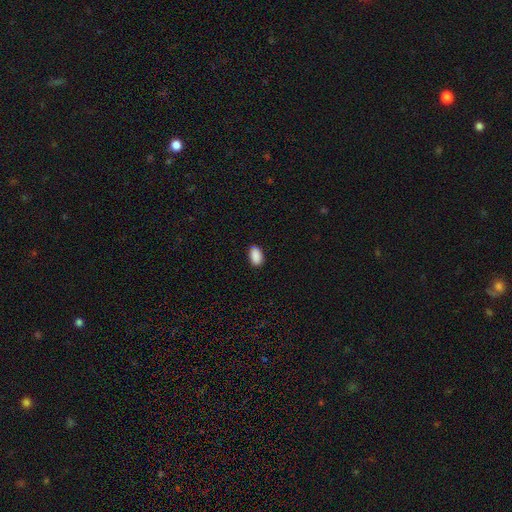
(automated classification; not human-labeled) Smooth or featured? smooth (90%)
How rounded? in between (92%)
Merging? none (86%)